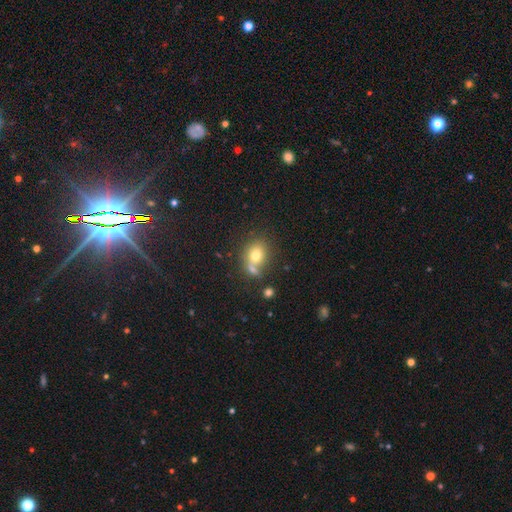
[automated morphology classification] This appears to be a smooth galaxy with no disk features (72%) that is round (55%). Merging: none (48%).